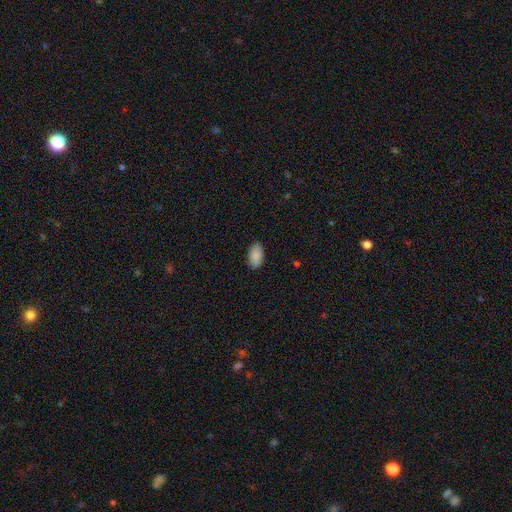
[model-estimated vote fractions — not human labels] Smooth or featured?
  - smooth: 90% *
  - star or artifact: 7%
  - featured or disk: 4%
How rounded?
  - in between: 95% *
  - round: 4%
  - cigar-shaped: 2%
Merging?
  - none: 87% *
  - minor disturbance: 10%
  - major disturbance: 2%
  - merger: 1%